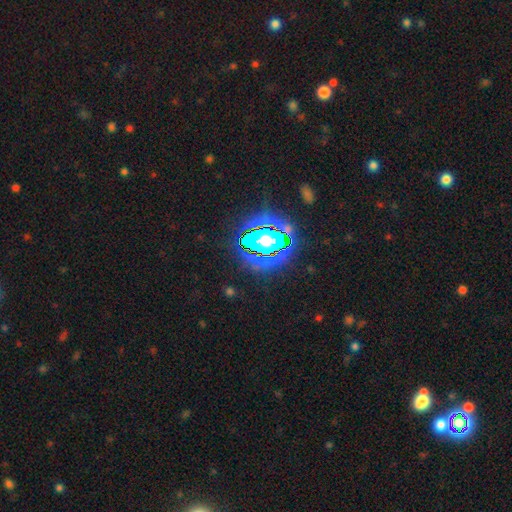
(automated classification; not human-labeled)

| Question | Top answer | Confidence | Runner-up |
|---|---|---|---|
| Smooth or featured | star or artifact | 82% | smooth (10%) |